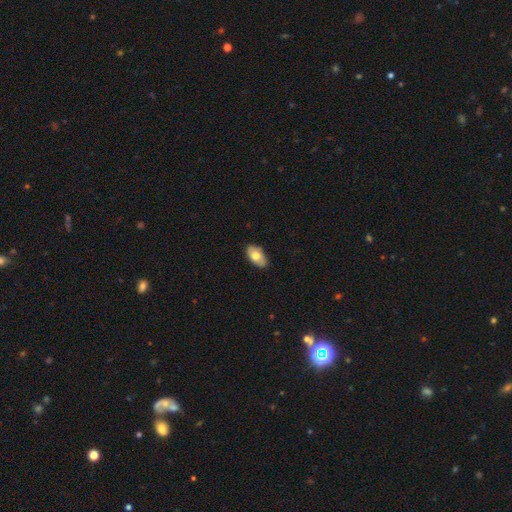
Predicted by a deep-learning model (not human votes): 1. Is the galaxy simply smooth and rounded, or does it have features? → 72% smooth, 22% featured or disk, 6% star or artifact.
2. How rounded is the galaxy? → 94% in between, 4% round, 2% cigar-shaped.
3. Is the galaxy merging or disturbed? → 86% none, 11% minor disturbance, 2% major disturbance, 1% merger.